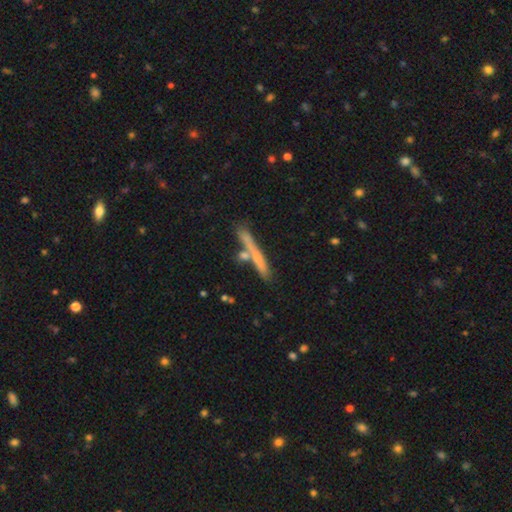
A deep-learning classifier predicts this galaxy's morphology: This is possibly a smooth galaxy (55%). How rounded: clearly cigar-shaped (94%). Merging: likely none (73%).